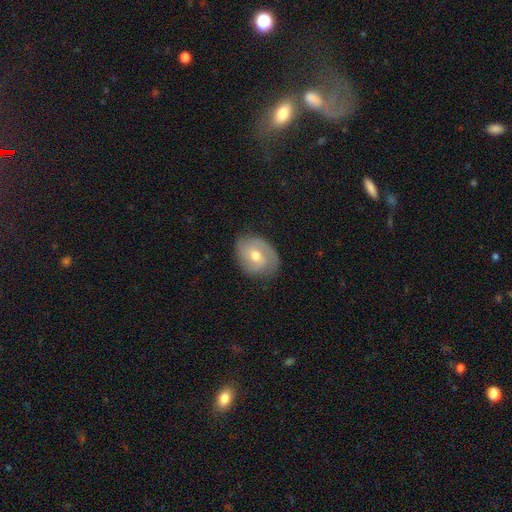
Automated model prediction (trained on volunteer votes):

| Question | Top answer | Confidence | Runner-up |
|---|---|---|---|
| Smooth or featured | featured or disk | 57% | smooth (36%) |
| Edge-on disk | no | 95% | yes (5%) |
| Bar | no | 63% | weak (31%) |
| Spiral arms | yes | 80% | no (20%) |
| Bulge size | moderate | 73% | small (21%) |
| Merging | none | 71% | minor disturbance (22%) |